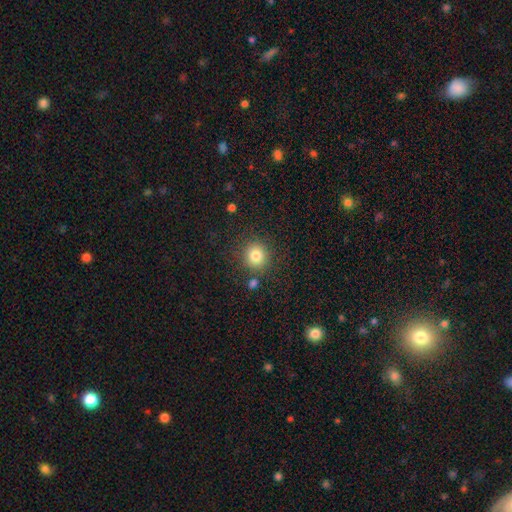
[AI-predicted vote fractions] This appears to be a smooth galaxy with no disk features (83%) that is round (89%). Merging: none (83%).